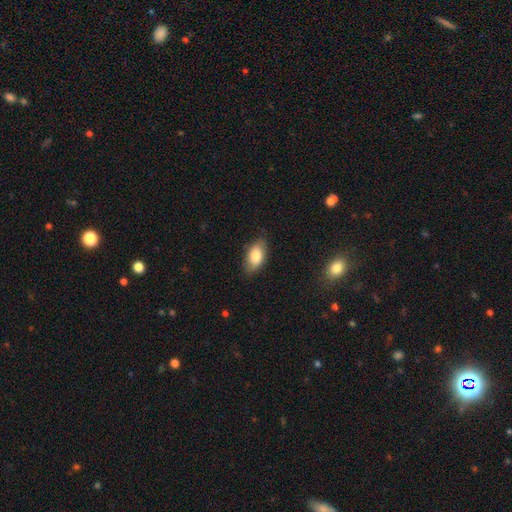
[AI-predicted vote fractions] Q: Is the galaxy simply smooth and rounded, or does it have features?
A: smooth — 81%.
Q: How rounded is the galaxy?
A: in between — 90%.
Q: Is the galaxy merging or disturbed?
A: none — 82%.